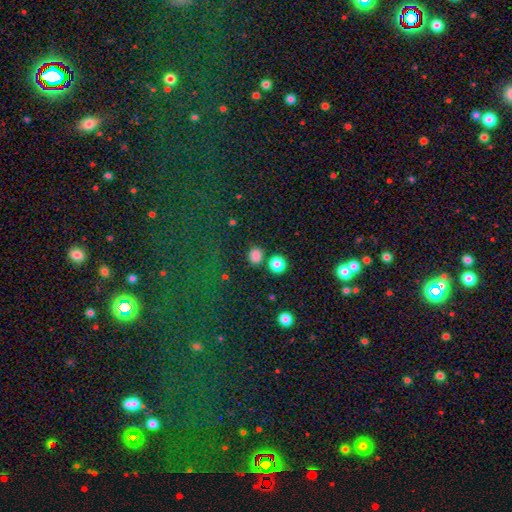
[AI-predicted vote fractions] Overall: smooth (83%). How rounded: round (73%). Merging: none (76%).